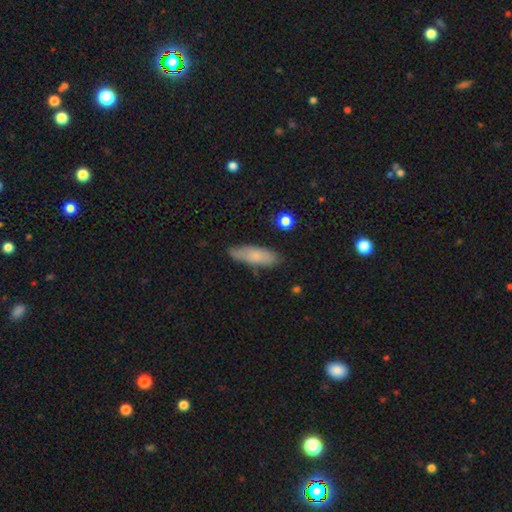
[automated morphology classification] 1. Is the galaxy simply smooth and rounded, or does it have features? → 76% smooth, 17% featured or disk, 7% star or artifact.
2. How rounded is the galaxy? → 49% in between (tied), 49% cigar-shaped (tied), 2% round.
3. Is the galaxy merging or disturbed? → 81% none, 15% minor disturbance, 3% major disturbance, 2% merger.